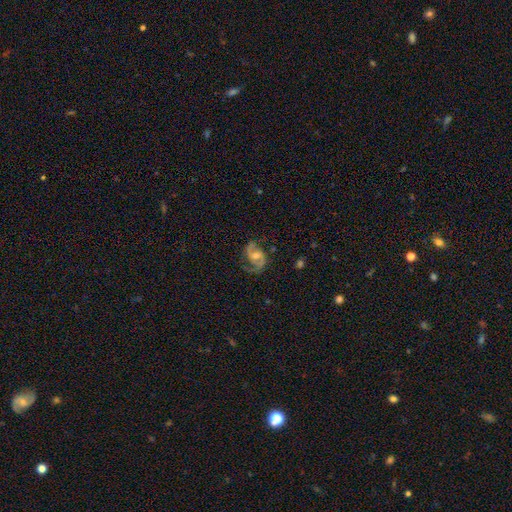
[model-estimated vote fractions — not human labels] Overall: featured or disk (85%). Edge-on disk: no (98%). Bar: no (44%; weak 43%). Spiral arms: yes (96%). Spiral arm count: 2 (89%). Spiral winding: medium (55%; loose 26%). Bulge size: moderate (55%; small 35%). Merging: none (70%).